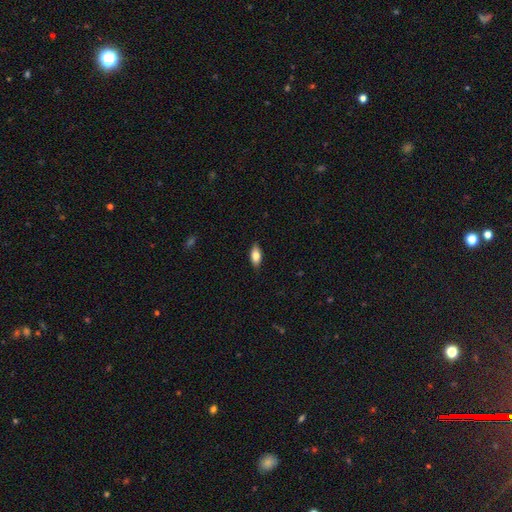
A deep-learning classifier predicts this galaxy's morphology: A smooth galaxy with no disk features (77%) that is in between round and cigar-shaped (86%).

Vote fractions:
- Smooth or featured? smooth: 77% / featured or disk: 16% / star or artifact: 7%
- How rounded? in between: 86% / cigar-shaped: 11% / round: 3%
- Merging? none: 87% / minor disturbance: 10% / major disturbance: 2% / merger: 1%